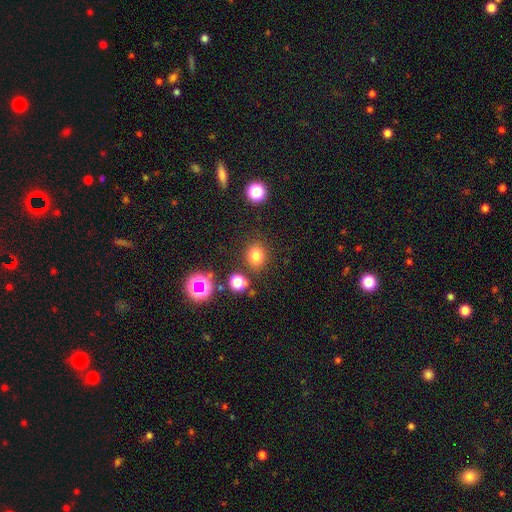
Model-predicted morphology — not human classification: This appears to be a smooth galaxy with no disk features (77%) that is round (67%). Merging: none (81%).